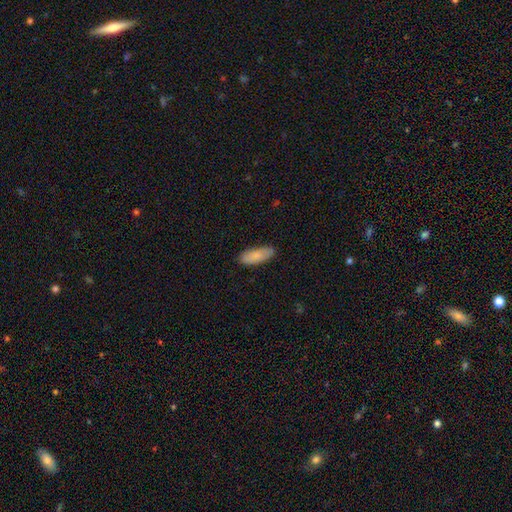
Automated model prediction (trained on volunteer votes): Smooth or featured? smooth (85%)
How rounded? in between (72%)
Merging? none (83%)